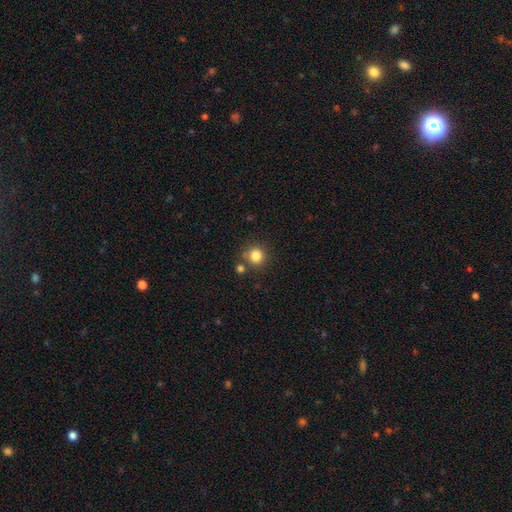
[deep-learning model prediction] smooth-or-featured: smooth: 84% | star or artifact: 11% | featured or disk: 5%
  how-rounded: round: 91% | in between: 8% | cigar-shaped: 1%
  merging: none: 75% | merger: 11% | minor disturbance: 10% | major disturbance: 4%